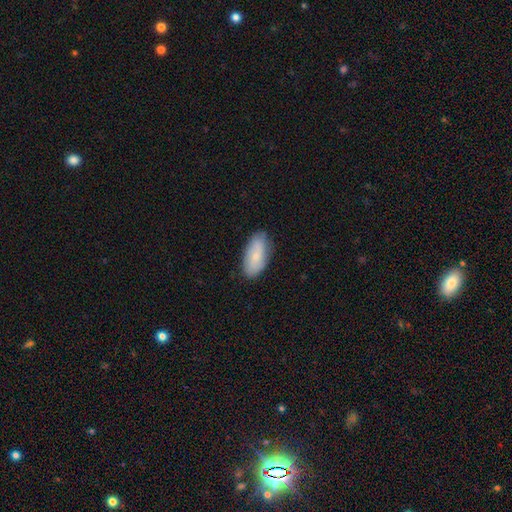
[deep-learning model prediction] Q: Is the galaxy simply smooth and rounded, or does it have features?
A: smooth — 68%.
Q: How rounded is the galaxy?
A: in between — 89%.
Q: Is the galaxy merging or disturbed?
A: none — 81%.